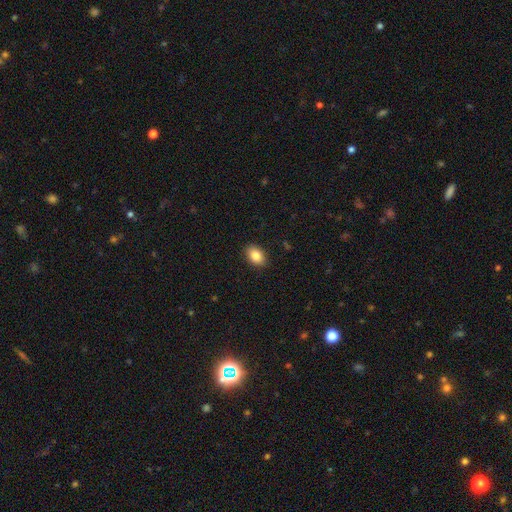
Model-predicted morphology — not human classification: Q: Smooth or featured?
A: smooth (85%); runner-up: star or artifact (8%)
Q: How rounded?
A: in between (82%); runner-up: round (17%)
Q: Merging?
A: none (89%); runner-up: minor disturbance (8%)